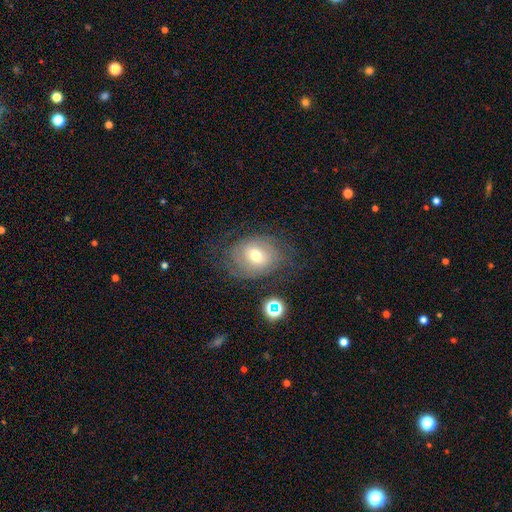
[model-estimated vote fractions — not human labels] The model was most divided on "smooth or featured": featured or disk: 48%, smooth: 39%, star or artifact: 12%. More confident: merging — none (60%).